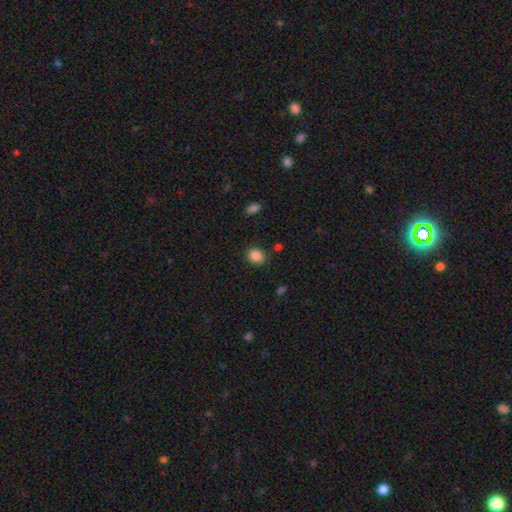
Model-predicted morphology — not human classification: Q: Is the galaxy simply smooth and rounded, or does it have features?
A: smooth — 87%.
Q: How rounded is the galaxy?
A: round — 56%.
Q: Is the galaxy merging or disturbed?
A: none — 81%.